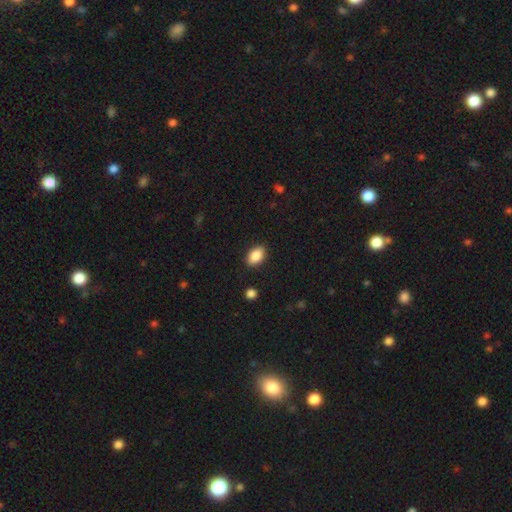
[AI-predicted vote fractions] Smooth or featured? smooth (88%)
How rounded? in between (90%)
Merging? none (88%)